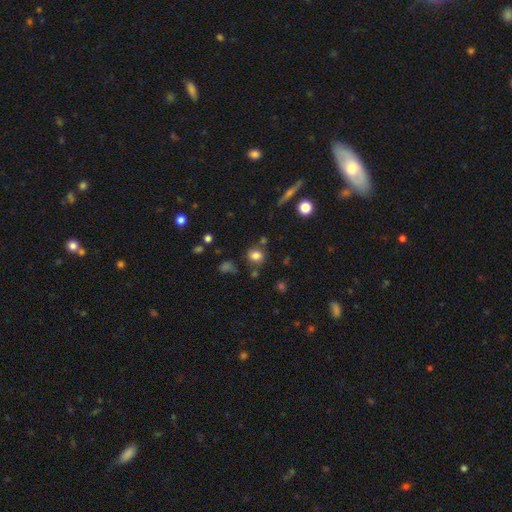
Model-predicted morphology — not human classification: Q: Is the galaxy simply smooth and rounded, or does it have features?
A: smooth — 80%.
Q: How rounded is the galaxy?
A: round — 73%.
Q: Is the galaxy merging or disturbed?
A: none — 76%.